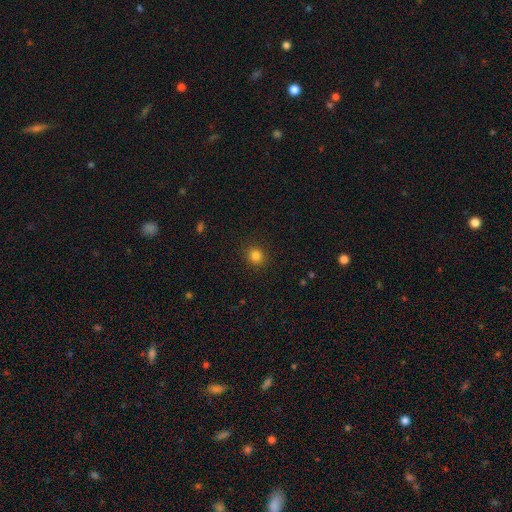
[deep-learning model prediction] A smooth galaxy with no disk features (82%) that is round (88%). Merging: none (91%).